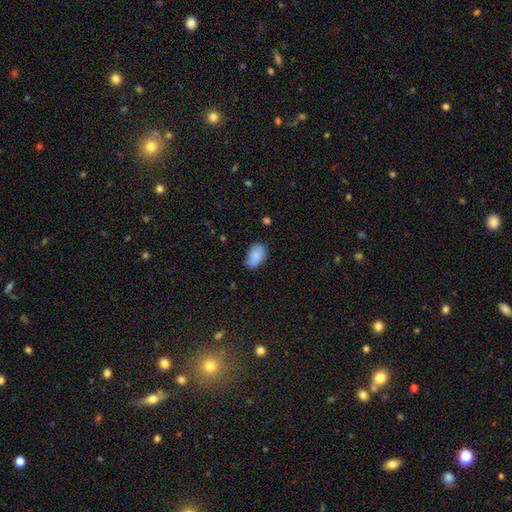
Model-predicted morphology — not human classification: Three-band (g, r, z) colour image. It shows a smooth galaxy with no disk features (88%) that is in between round and cigar-shaped (92%). Merging: none (76%).